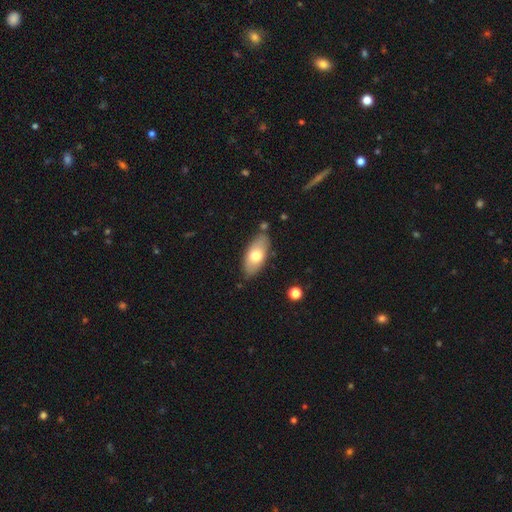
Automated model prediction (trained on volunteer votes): smooth 67%, featured or disk 26%, star or artifact 6%. Down the decision tree: how rounded — in between (89%); merging — none (80%).